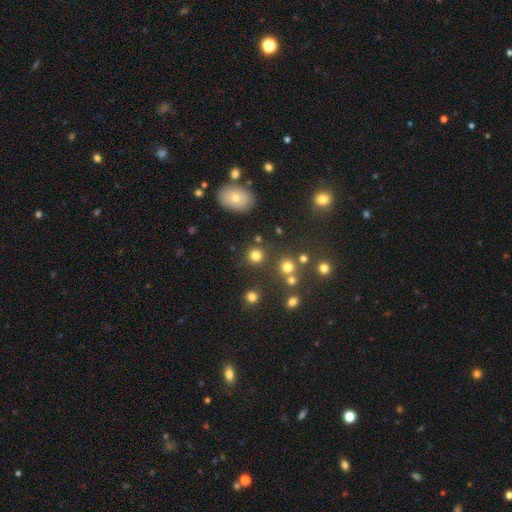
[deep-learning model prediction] Q: Smooth or featured?
A: smooth (79%); runner-up: star or artifact (14%)
Q: How rounded?
A: round (91%); runner-up: in between (8%)
Q: Merging?
A: none (84%); runner-up: minor disturbance (7%)